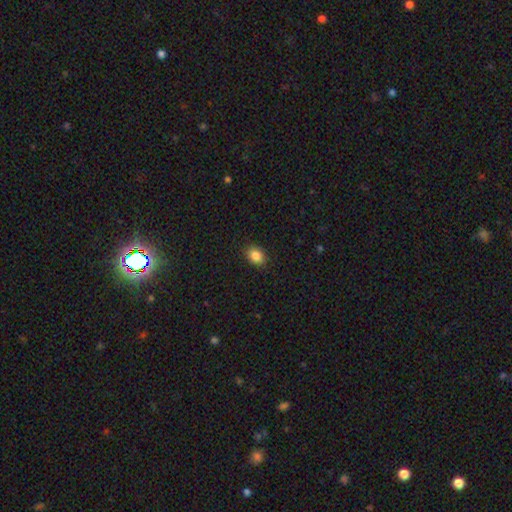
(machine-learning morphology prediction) A smooth galaxy with no disk features (86%) that is in between round and cigar-shaped (69%). Merging: none (88%).